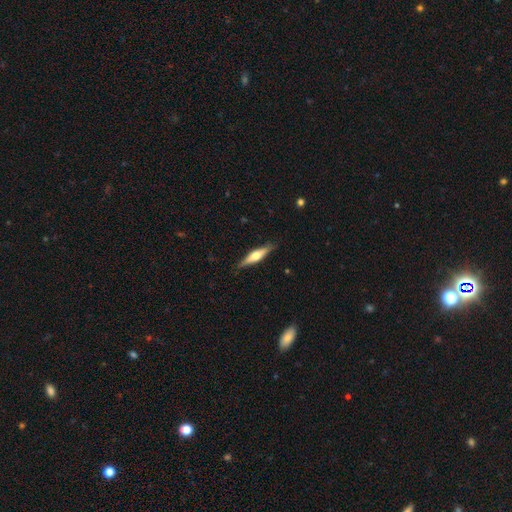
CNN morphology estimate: A featured or disk galaxy (61%) viewed edge-on (96%) with a rounded central bulge (91%).

Vote fractions:
- Smooth or featured? featured or disk: 61% / smooth: 34% / star or artifact: 5%
- Edge-on disk? yes: 96% / no: 4%
- Edge-on bulge? rounded: 91% / boxy: 6% / none: 3%
- Merging? none: 88% / minor disturbance: 9% / major disturbance: 2% / merger: 1%